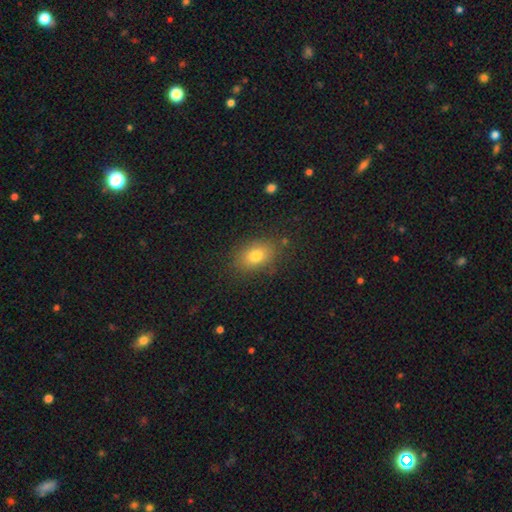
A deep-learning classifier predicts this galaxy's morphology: This is likely a smooth galaxy (78%). How rounded: likely in between (80%). Merging: clearly none (82%).